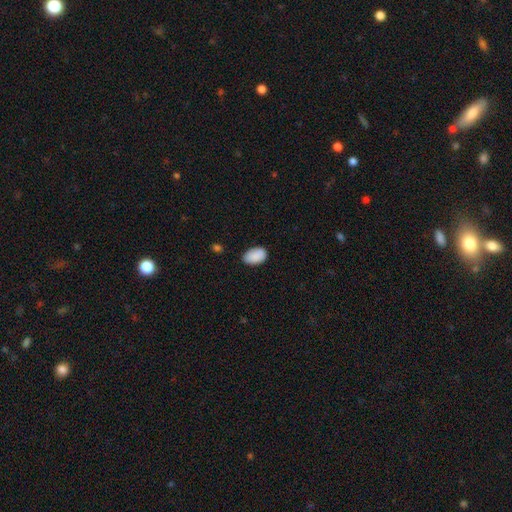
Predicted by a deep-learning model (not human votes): smooth-or-featured: smooth: 90% | star or artifact: 7% | featured or disk: 3%
  how-rounded: in between: 93% | round: 6% | cigar-shaped: 1%
  merging: none: 79% | minor disturbance: 17% | major disturbance: 3% | merger: 1%